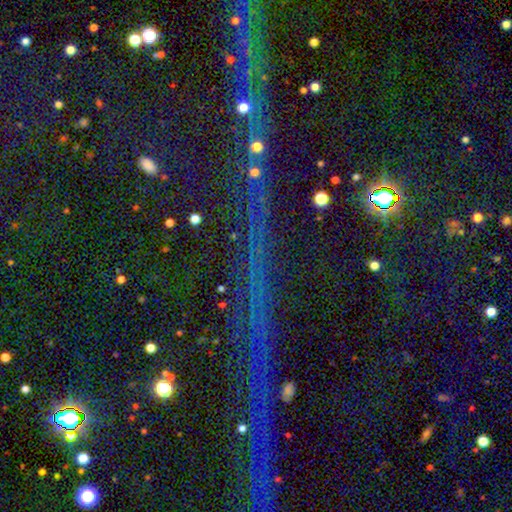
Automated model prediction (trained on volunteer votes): star or artifact 81%, featured or disk 10%, smooth 9%.